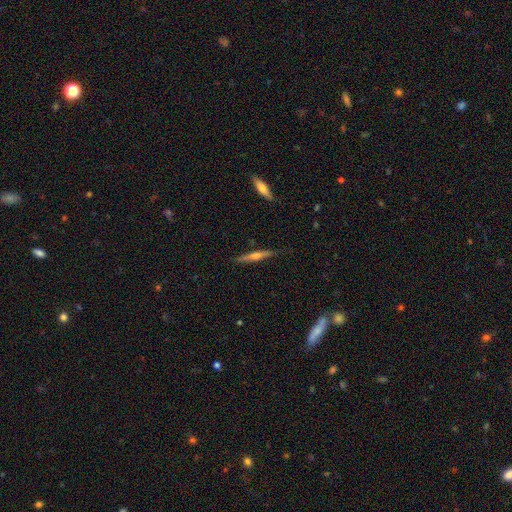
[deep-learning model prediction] smooth-or-featured: featured or disk: 67% | smooth: 26% | star or artifact: 6%
  disk-edge-on: yes: 97% | no: 3%
    edge-on-bulge: rounded: 84% | none: 10% | boxy: 6%
  merging: none: 87% | minor disturbance: 10% | major disturbance: 2% | merger: 1%